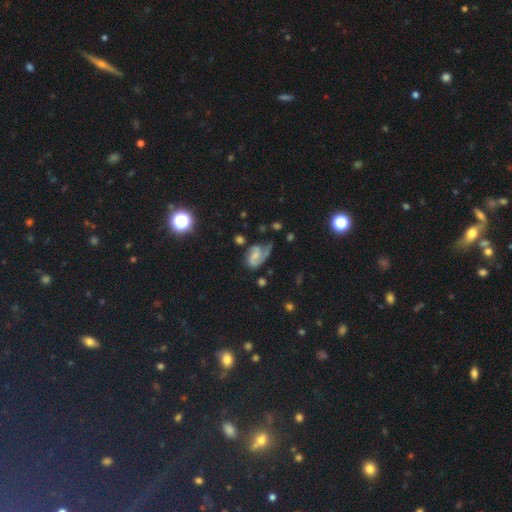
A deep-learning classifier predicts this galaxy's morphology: This appears to be a featured or disk galaxy (70%) with no bar (49%), 2 (65%) medium (47%) spiral arms (91%) and a small central bulge (43%). Merging: none (41%).